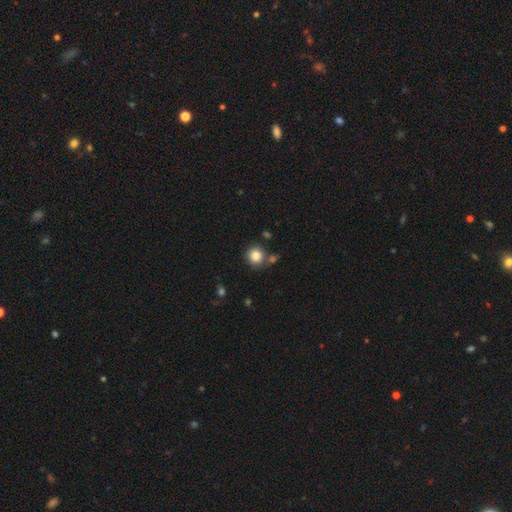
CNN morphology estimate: type=smooth (84%); roundness=round (90%); merging=none (78%).